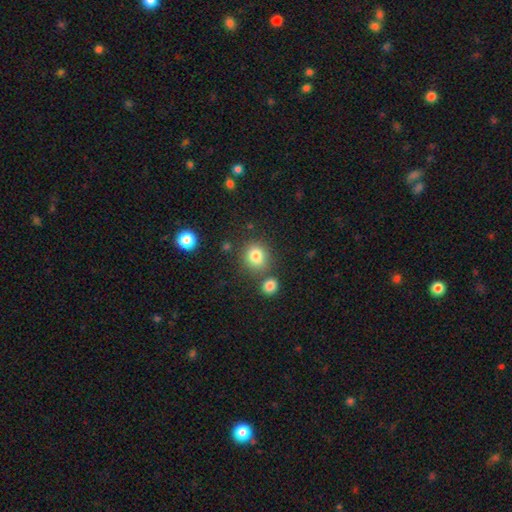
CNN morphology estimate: The model was most divided on "merging": none: 73%, merger: 13%, minor disturbance: 11%, major disturbance: 4%. More confident: how rounded — round (83%); smooth or featured — smooth (80%).